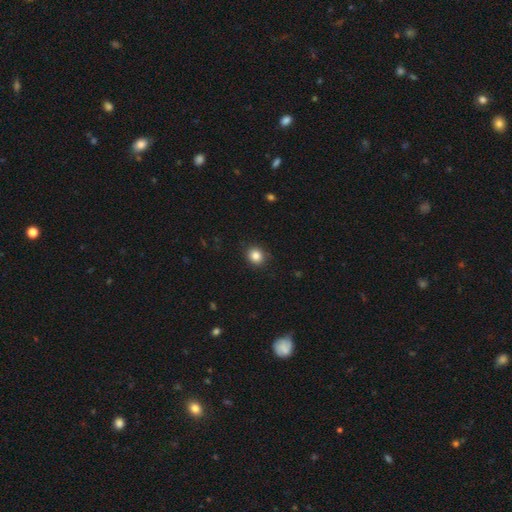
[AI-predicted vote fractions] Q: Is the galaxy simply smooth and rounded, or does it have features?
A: smooth — 85%.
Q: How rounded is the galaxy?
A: round — 80%.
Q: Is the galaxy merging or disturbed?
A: none — 87%.